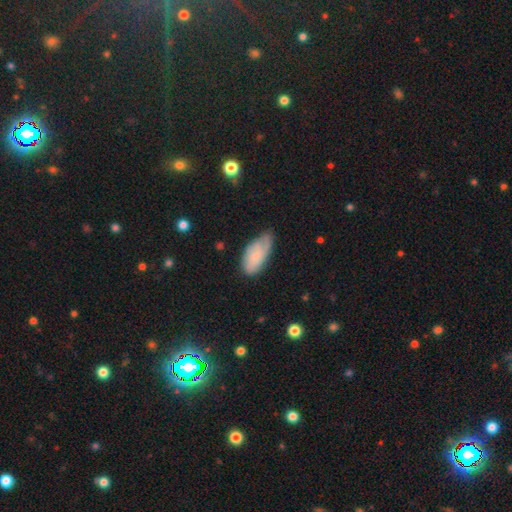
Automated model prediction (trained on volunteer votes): Morphology: type=smooth (53%); roundness=in between (90%); merging=none (51%).